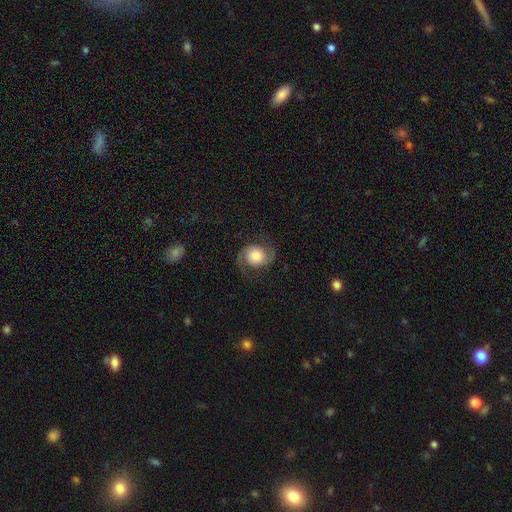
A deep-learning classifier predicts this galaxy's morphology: smooth-or-featured: featured or disk: 67% | smooth: 25% | star or artifact: 8%
  disk-edge-on: no: 98% | yes: 2%
    bar: no: 75% | weak: 20% | strong: 5%
    has-spiral-arms: yes: 93% | no: 7%
      spiral-winding: medium: 45% | loose: 38% | tight: 17%
      spiral-arm-count: 2: 92% | can't tell: 3% | 1: 3% | 3: 1% | 4: 1% | more than 4: 1%
    bulge-size: moderate: 41% | large: 31% | small: 15% | dominant: 10% | none: 3%
  merging: none: 75% | minor disturbance: 15% | major disturbance: 9% | merger: 1%